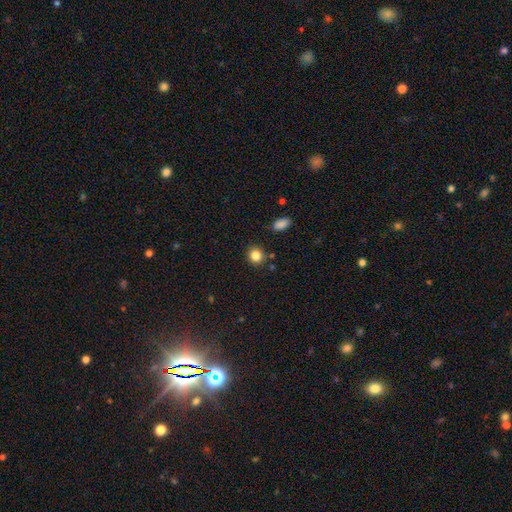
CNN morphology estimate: Smooth or featured? smooth (84%)
How rounded? round (85%)
Merging? none (86%)